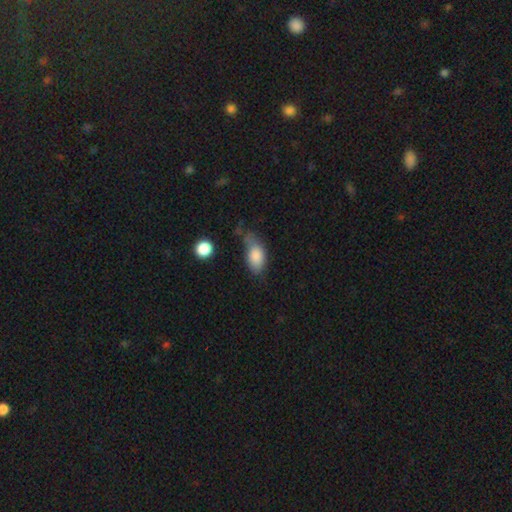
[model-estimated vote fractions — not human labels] Smooth or featured? smooth (83%)
How rounded? in between (90%)
Merging? none (43%)